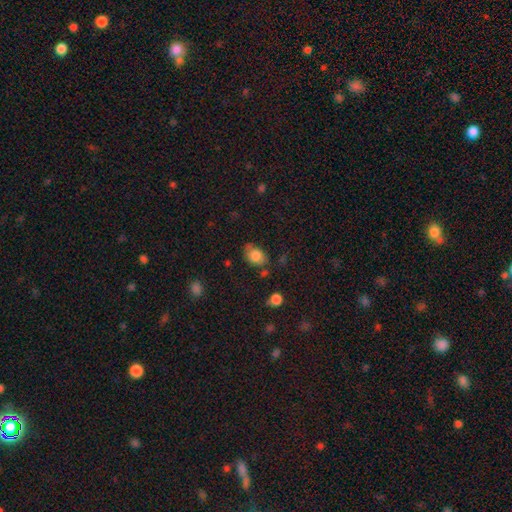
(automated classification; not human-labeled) smooth-or-featured: smooth: 82% | featured or disk: 10% | star or artifact: 9%
  how-rounded: in between: 76% | round: 23% | cigar-shaped: 1%
  merging: none: 62% | minor disturbance: 26% | major disturbance: 7% | merger: 5%